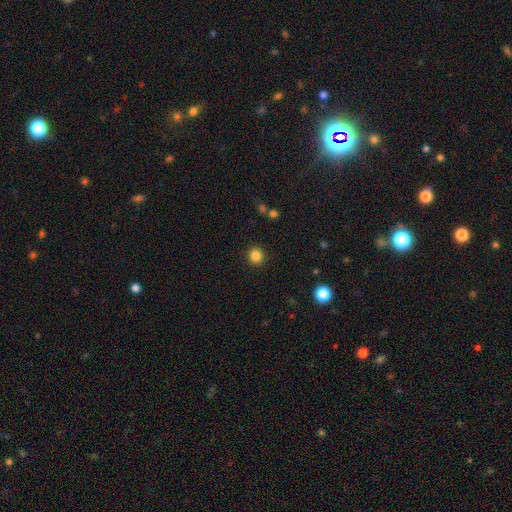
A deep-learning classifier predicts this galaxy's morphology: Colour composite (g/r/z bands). It shows a smooth galaxy with no disk features (85%) that is round (90%). Merging: none (91%).